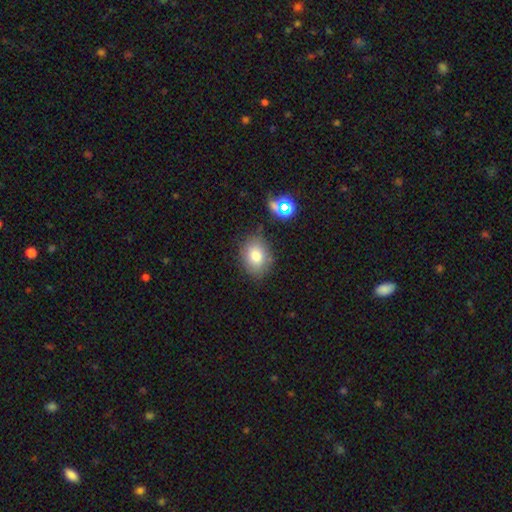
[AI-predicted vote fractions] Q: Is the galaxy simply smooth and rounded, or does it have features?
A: smooth — 79%.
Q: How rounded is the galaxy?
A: in between — 62%.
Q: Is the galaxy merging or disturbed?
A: none — 78%.